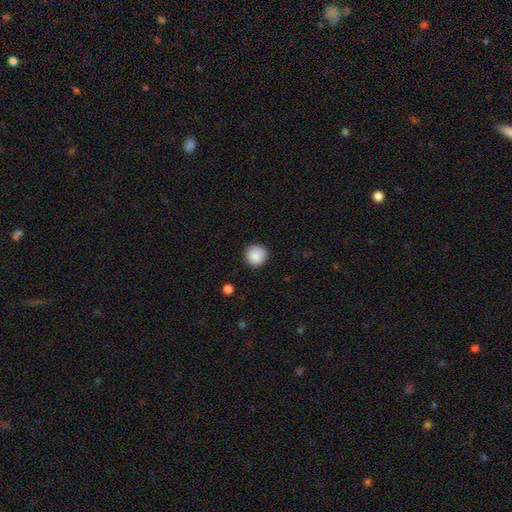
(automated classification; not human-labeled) This appears to be a smooth galaxy with no disk features (89%) that is round (94%). Merging: none (90%).